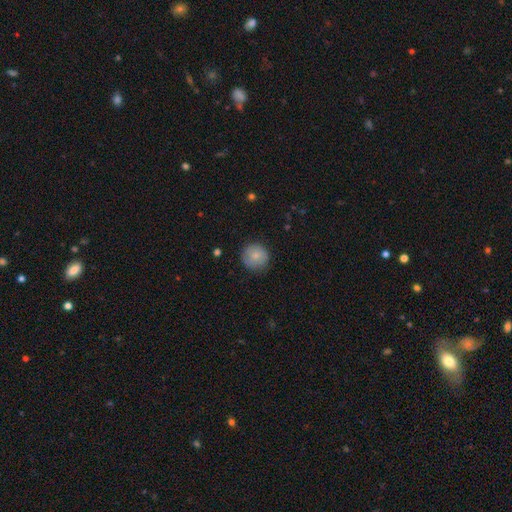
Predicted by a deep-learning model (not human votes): This appears to be a smooth galaxy with no disk features (81%) that is round (93%). Merging: none (83%).